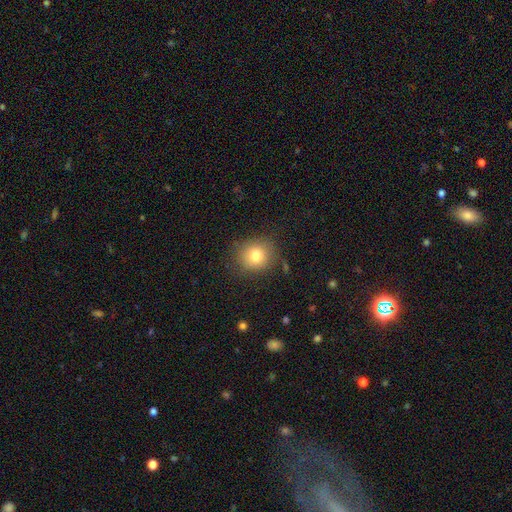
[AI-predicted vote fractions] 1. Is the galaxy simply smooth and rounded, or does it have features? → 78% smooth, 12% star or artifact, 10% featured or disk.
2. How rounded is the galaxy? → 85% round, 14% in between, 1% cigar-shaped.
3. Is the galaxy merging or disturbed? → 83% none, 11% minor disturbance, 4% major disturbance, 2% merger.